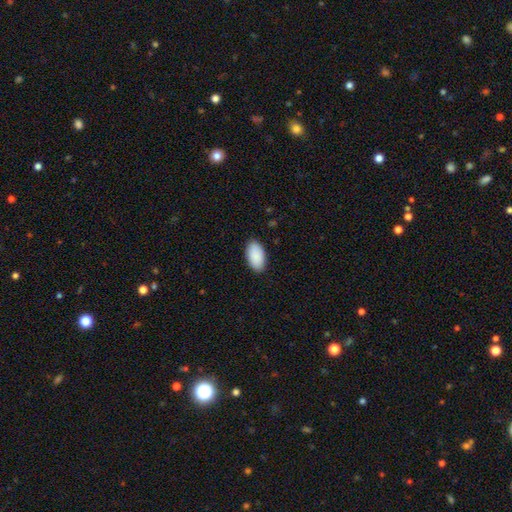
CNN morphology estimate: Overall: smooth (91%). How rounded: in between (96%). Merging: none (88%).